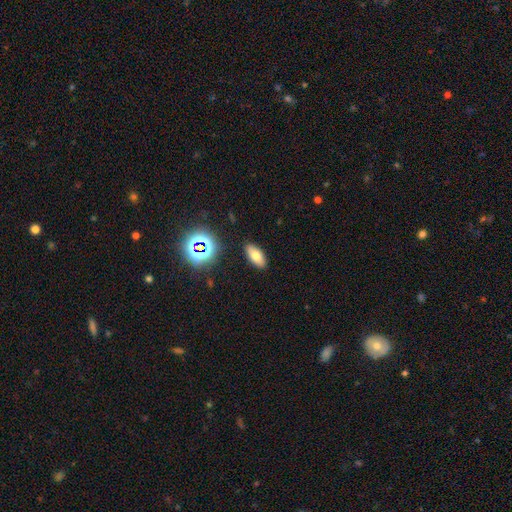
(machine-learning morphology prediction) Smooth or featured? Predicted: smooth (p=0.70). How rounded? Predicted: in between (p=0.85). Merging? Predicted: none (p=0.88).